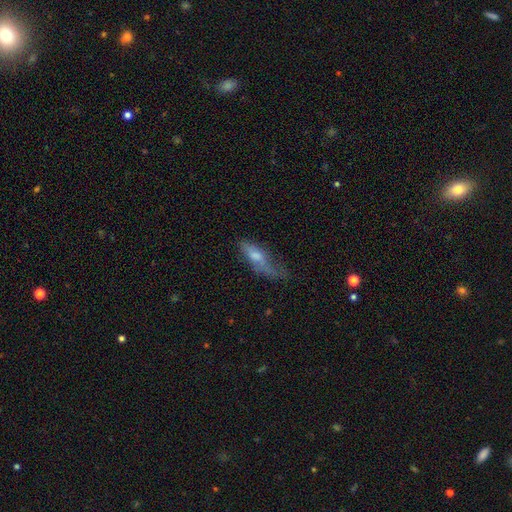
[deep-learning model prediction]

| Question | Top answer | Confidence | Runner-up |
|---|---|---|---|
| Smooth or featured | smooth | 50% | featured or disk (41%) |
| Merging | none | 33% | minor disturbance (32%) |